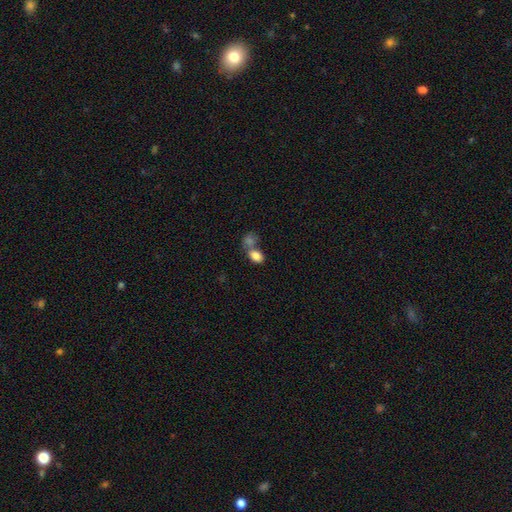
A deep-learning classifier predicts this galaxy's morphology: This is clearly a smooth galaxy (83%). How rounded: likely in between (74%). Merging: possibly merger (50%).